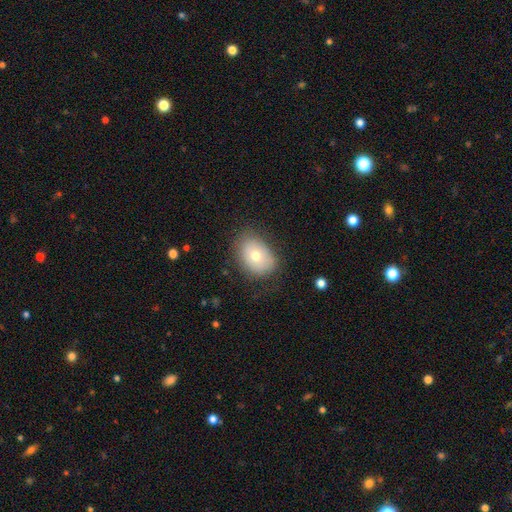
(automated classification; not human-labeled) smooth 69%, featured or disk 22%, star or artifact 9%. Down the decision tree: how rounded — in between (70%); merging — none (74%).